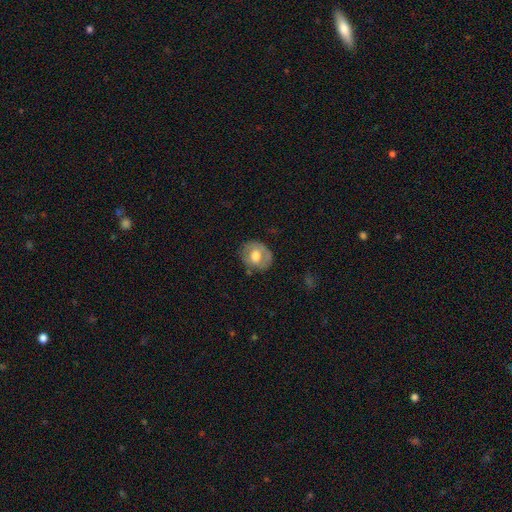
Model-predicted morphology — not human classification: Smooth or featured?
  - smooth: 57% *
  - featured or disk: 37%
  - star or artifact: 7%
How rounded?
  - round: 65% *
  - in between: 34%
  - cigar-shaped: 1%
Merging?
  - none: 69% *
  - minor disturbance: 22%
  - major disturbance: 7%
  - merger: 2%